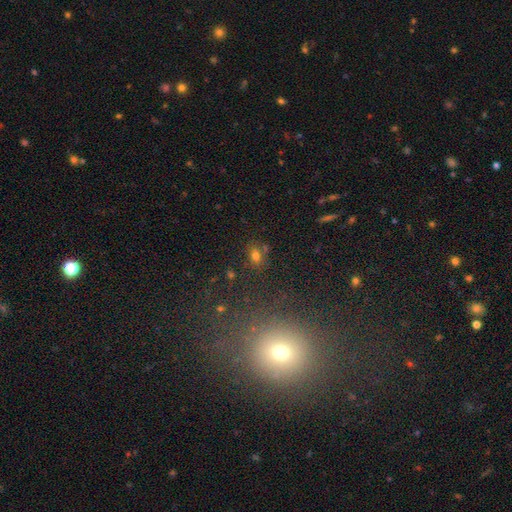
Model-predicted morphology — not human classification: Smooth or featured? Predicted: smooth (p=0.69). How rounded? Predicted: in between (p=0.63). Merging? Predicted: none (p=0.72).